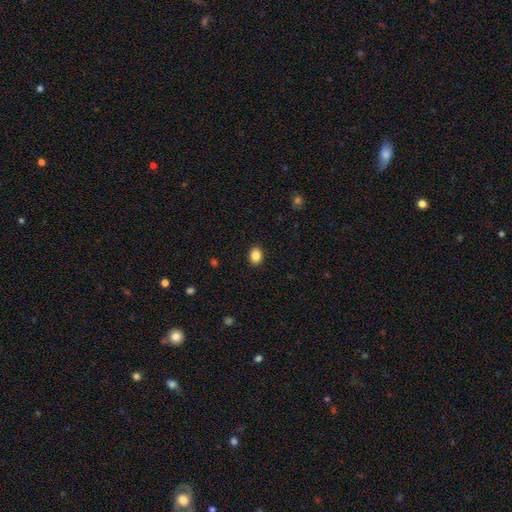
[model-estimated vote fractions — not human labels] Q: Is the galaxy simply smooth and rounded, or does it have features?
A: smooth — 87%.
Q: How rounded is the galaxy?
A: in between — 59%.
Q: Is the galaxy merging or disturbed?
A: none — 91%.